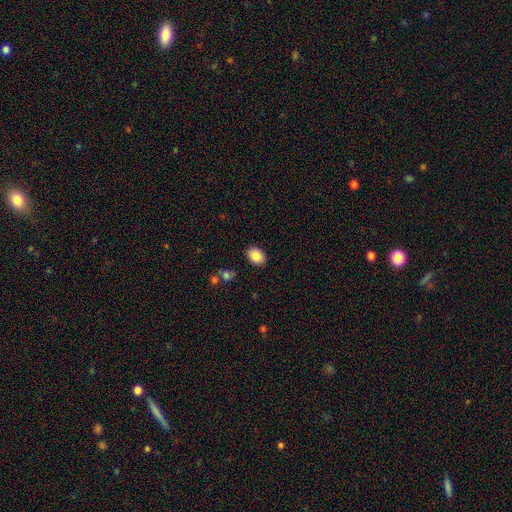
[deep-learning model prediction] Q: Smooth or featured?
A: smooth (87%); runner-up: star or artifact (8%)
Q: How rounded?
A: in between (76%); runner-up: round (23%)
Q: Merging?
A: none (88%); runner-up: minor disturbance (8%)